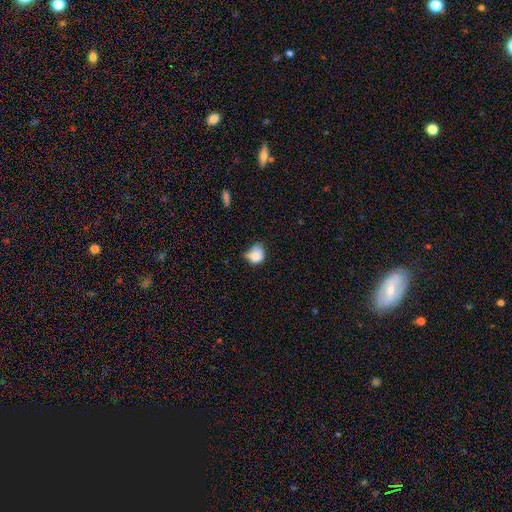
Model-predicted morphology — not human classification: A smooth galaxy with no disk features (80%) that is round (53%).

Vote fractions:
- Smooth or featured? smooth: 80% / featured or disk: 11% / star or artifact: 9%
- How rounded? round: 53% / in between: 46% / cigar-shaped: 1%
- Merging? minor disturbance: 44% / none: 31% / major disturbance: 18% / merger: 7%